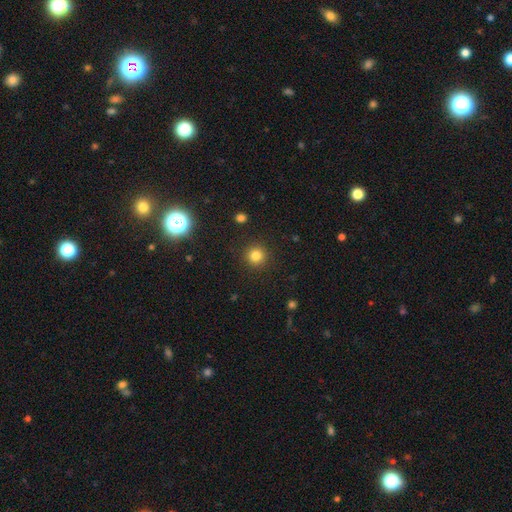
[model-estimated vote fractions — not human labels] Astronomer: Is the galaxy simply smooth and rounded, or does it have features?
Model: smooth — 82%.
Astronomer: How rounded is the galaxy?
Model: round — 94%.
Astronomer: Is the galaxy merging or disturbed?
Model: none — 91%.